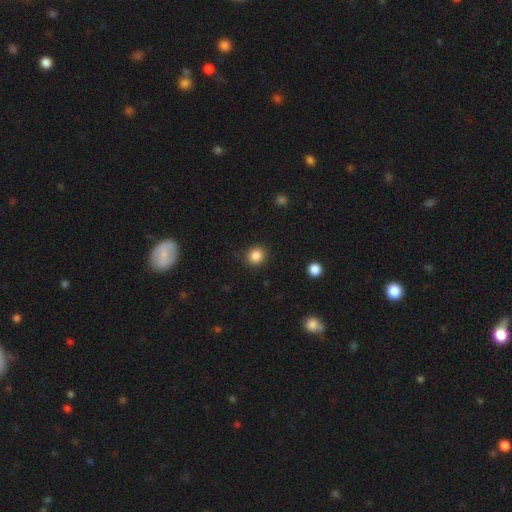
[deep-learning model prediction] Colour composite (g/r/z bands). It shows a smooth galaxy with no disk features (85%) that is round (88%). Merging: none (88%).